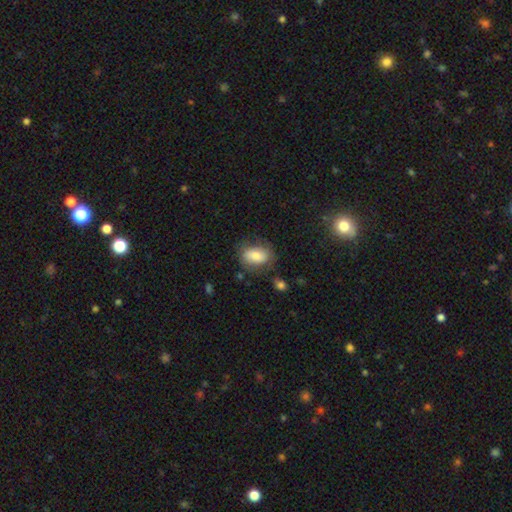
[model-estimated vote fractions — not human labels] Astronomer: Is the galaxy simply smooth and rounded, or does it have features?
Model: smooth — 72%.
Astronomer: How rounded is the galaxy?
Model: in between — 82%.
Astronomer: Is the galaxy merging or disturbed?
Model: none — 66%.